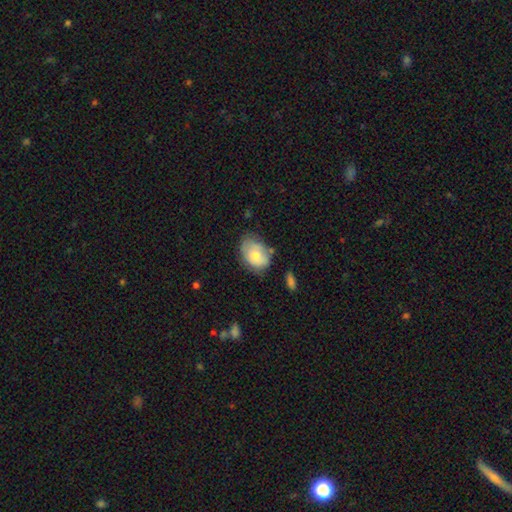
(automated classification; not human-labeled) A smooth galaxy with no disk features (66%) that is in between round and cigar-shaped (73%).

Vote fractions:
- Smooth or featured? smooth: 66% / featured or disk: 27% / star or artifact: 7%
- How rounded? in between: 73% / round: 26% / cigar-shaped: 1%
- Merging? none: 51% / minor disturbance: 33% / major disturbance: 10% / merger: 5%